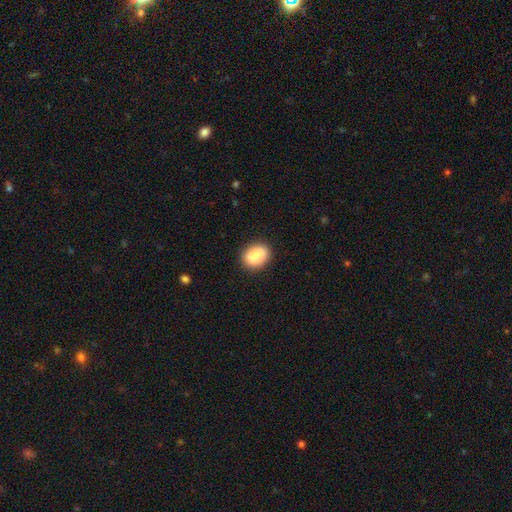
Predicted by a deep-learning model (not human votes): Smooth or featured?
  - smooth: 88% *
  - star or artifact: 7%
  - featured or disk: 5%
How rounded?
  - in between: 65% *
  - round: 34%
  - cigar-shaped: 1%
Merging?
  - none: 87% *
  - minor disturbance: 9%
  - major disturbance: 2%
  - merger: 1%